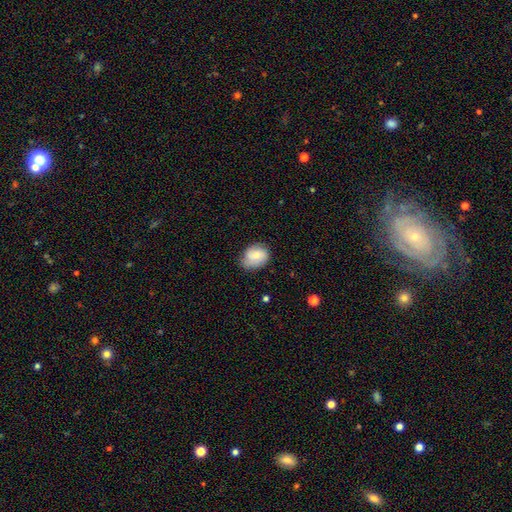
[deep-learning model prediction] Q: Smooth or featured?
A: smooth (61%); runner-up: featured or disk (32%)
Q: How rounded?
A: in between (57%); runner-up: round (42%)
Q: Merging?
A: none (67%); runner-up: minor disturbance (26%)